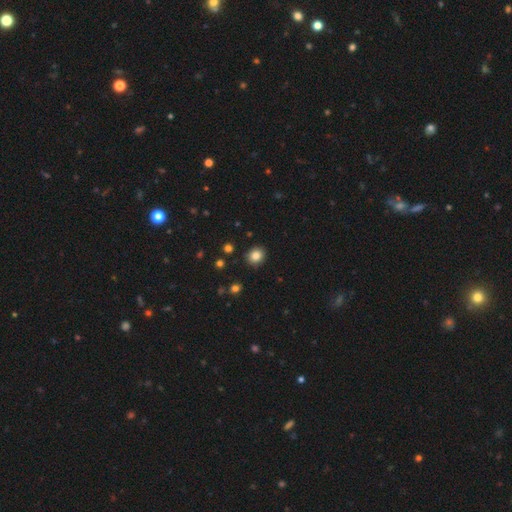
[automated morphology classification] smooth 84%, star or artifact 11%, featured or disk 5%. Down the decision tree: how rounded — round (79%); merging — none (89%).